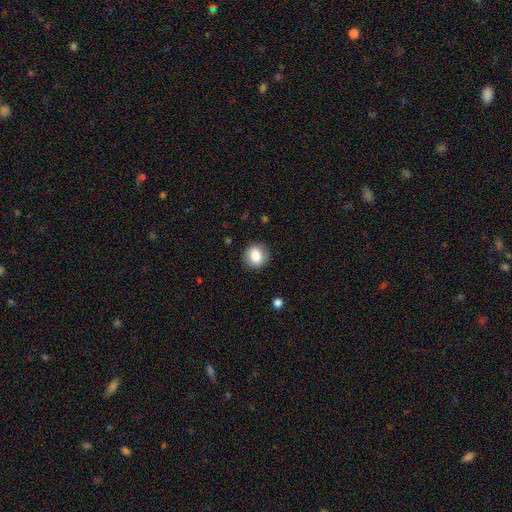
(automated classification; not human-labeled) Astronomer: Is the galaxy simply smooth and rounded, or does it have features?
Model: smooth — 83%.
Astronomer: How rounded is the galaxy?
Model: round — 83%.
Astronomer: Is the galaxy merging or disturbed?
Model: none — 89%.